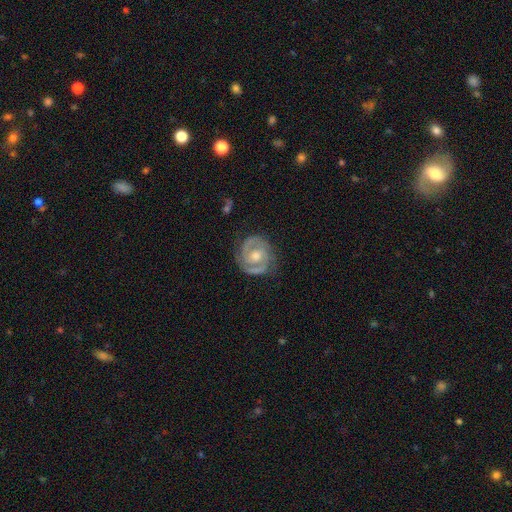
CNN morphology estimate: smooth_or_featured: featured or disk (p=0.86) [alt: smooth p=0.09]
disk_edge_on: no (p=0.98) [alt: yes p=0.02]
bar: no (p=0.58) [alt: weak p=0.34]
has_spiral_arms: yes (p=0.96) [alt: no p=0.04]
spiral_winding: tight (p=0.58) [alt: medium p=0.35]
spiral_arm_count: 2 (p=0.80) [alt: can't tell p=0.07]
bulge_size: moderate (p=0.68) [alt: small p=0.22]
merging: none (p=0.78) [alt: minor disturbance p=0.16]